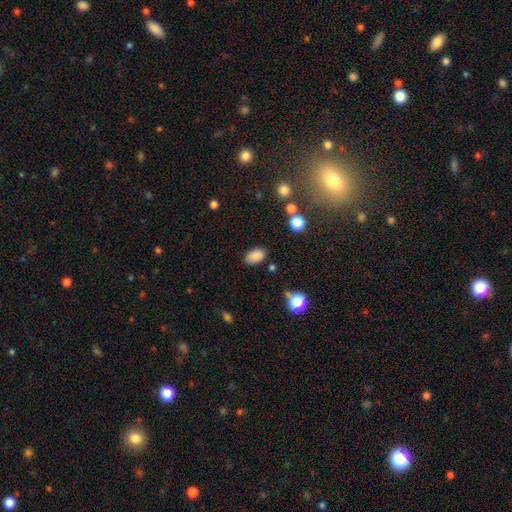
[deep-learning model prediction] Morphology: type=smooth (86%); roundness=in between (91%); merging=none (81%).